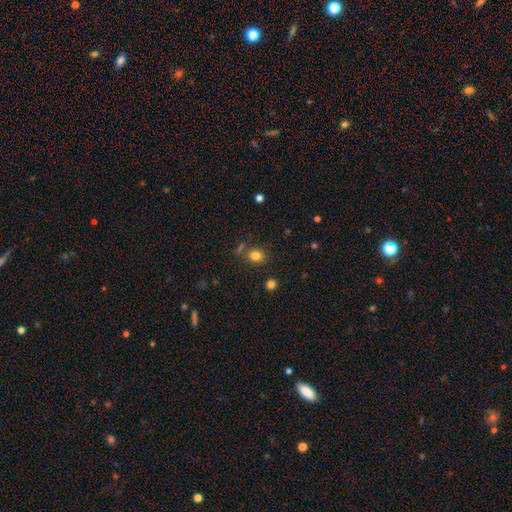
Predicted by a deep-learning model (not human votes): The model was most divided on "how rounded": round: 64%, in between: 35%, cigar-shaped: 1%. More confident: smooth or featured — smooth (81%); merging — none (76%).